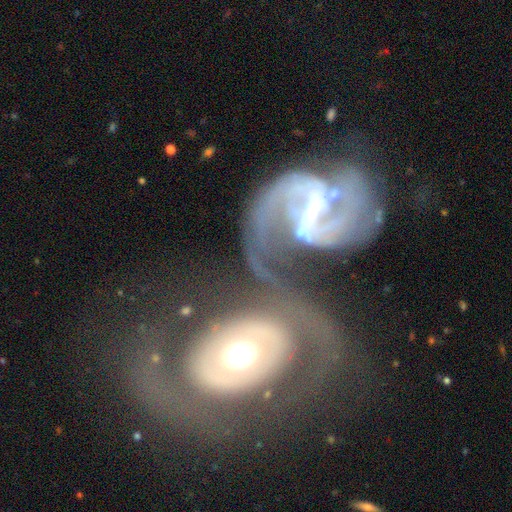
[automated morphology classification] Smooth or featured: featured or disk — 85% (smooth — 10%)
Edge-on disk: no — 96% (yes — 4%)
Bar: weak — 35% (strong — 33%)
Spiral arms: yes — 90% (no — 10%)
Spiral winding: medium — 44% (loose — 34%)
Spiral arm count: 2 — 82% (can't tell — 7%)
Bulge size: small — 45% (moderate — 39%)
Merging: merger — 48% (none — 26%)